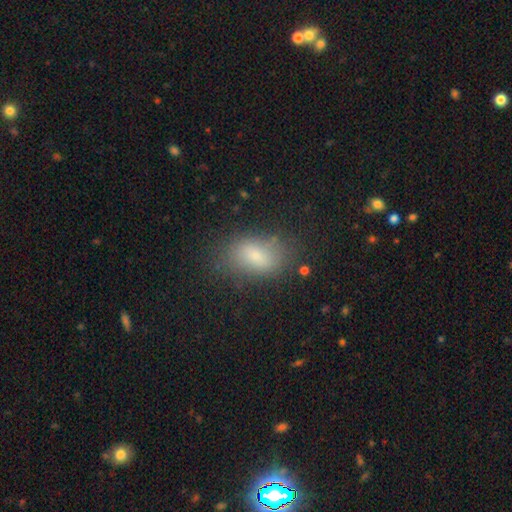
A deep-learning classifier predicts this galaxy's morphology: smooth 76%, featured or disk 13%, star or artifact 10%. Down the decision tree: how rounded — in between (87%); merging — none (72%).